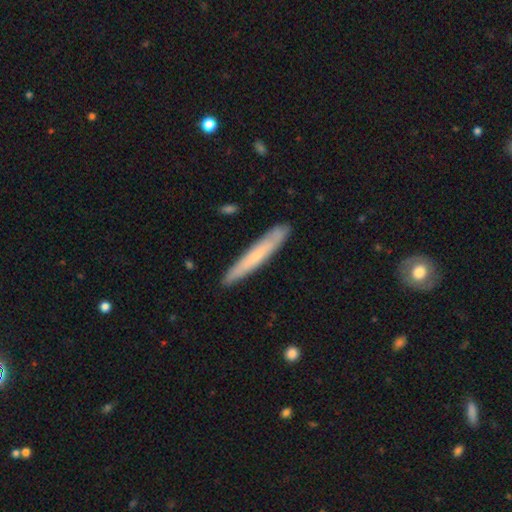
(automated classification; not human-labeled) Smooth or featured? smooth (56%)
How rounded? cigar-shaped (95%)
Merging? none (88%)